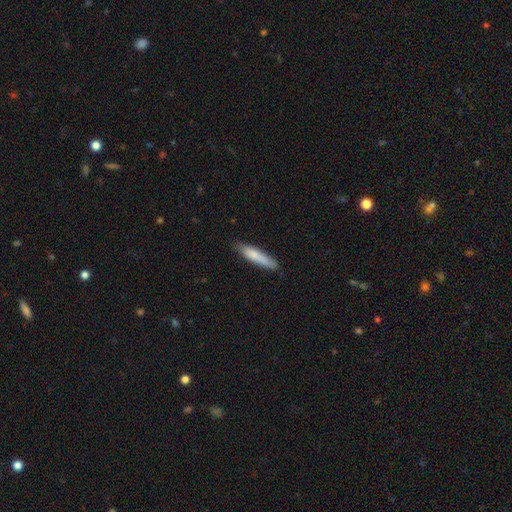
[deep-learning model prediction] A smooth galaxy with no disk features (78%) that is cigar-shaped (83%). Merging: none (79%).